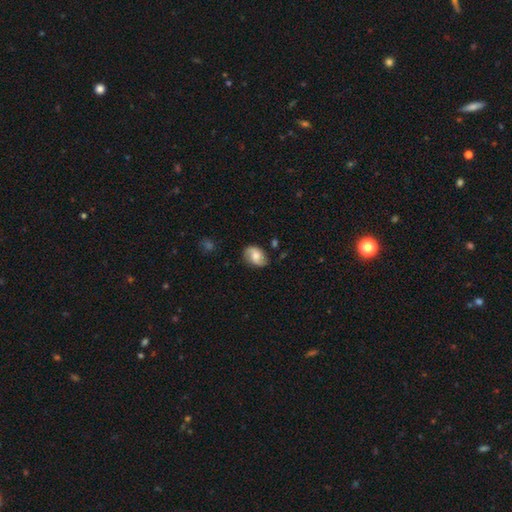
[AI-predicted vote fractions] Smooth or featured? featured or disk (48%)
Merging? none (75%)